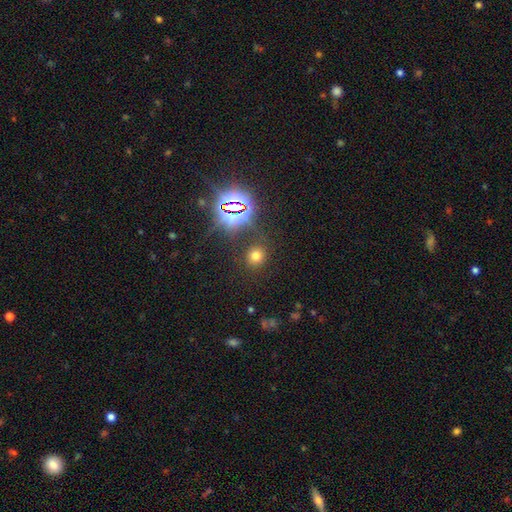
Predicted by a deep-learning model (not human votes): This is likely a smooth galaxy (64%). How rounded: clearly round (86%). Merging: clearly none (85%).